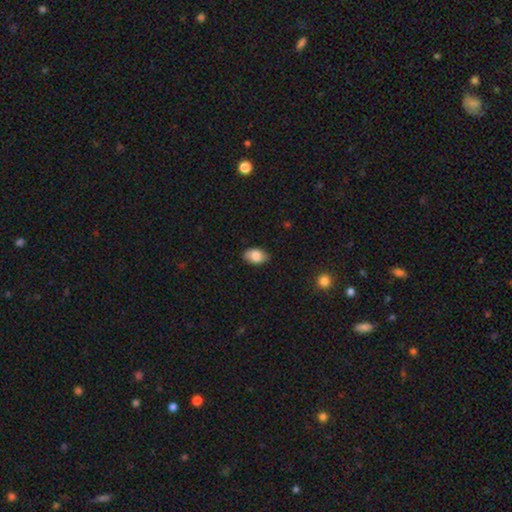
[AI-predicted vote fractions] A smooth galaxy with no disk features (81%) that is in between round and cigar-shaped (90%).

Vote fractions:
- Smooth or featured? smooth: 81% / featured or disk: 12% / star or artifact: 7%
- How rounded? in between: 90% / round: 9% / cigar-shaped: 1%
- Merging? none: 84% / minor disturbance: 12% / major disturbance: 2% / merger: 1%